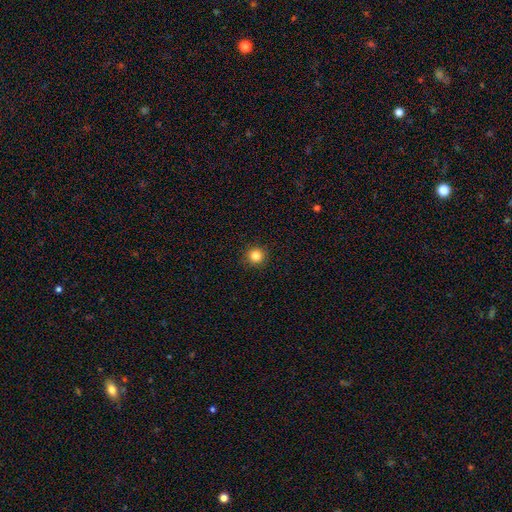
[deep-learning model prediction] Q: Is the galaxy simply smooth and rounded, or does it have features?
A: smooth — 85%.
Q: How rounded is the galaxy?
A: round — 95%.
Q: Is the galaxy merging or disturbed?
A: none — 92%.